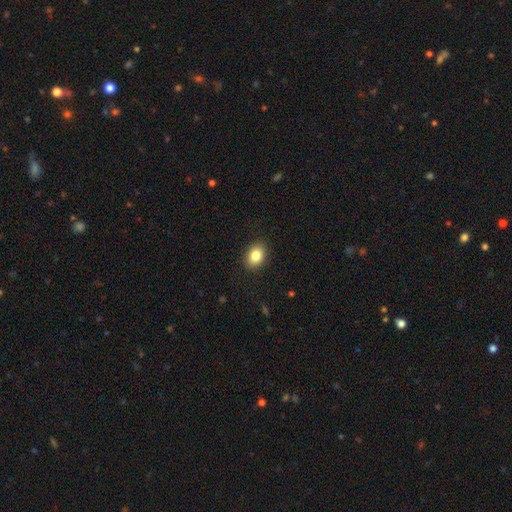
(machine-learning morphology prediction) type=smooth (85%); roundness=in between (72%); merging=none (89%).